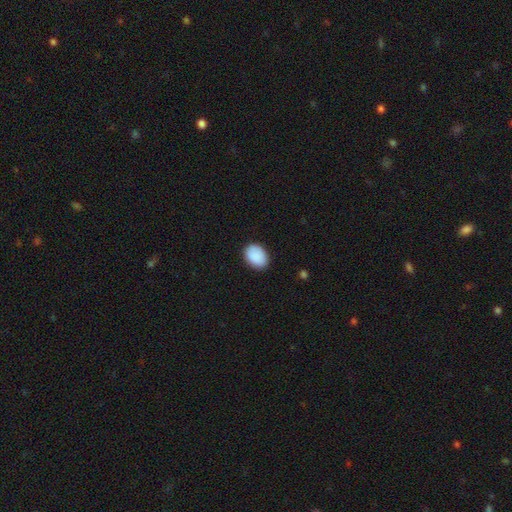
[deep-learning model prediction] The model was most divided on "how rounded": in between: 76%, round: 23%, cigar-shaped: 1%. More confident: smooth or featured — smooth (90%); merging — none (87%).